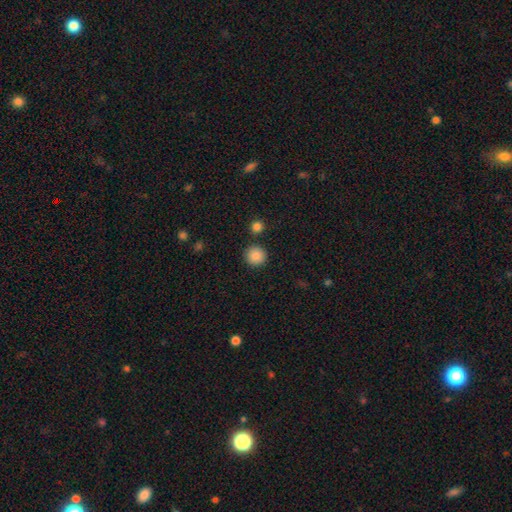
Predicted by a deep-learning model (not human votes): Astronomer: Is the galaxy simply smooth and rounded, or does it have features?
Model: smooth — 88%.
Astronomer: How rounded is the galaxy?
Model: round — 94%.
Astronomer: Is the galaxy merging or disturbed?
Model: none — 89%.